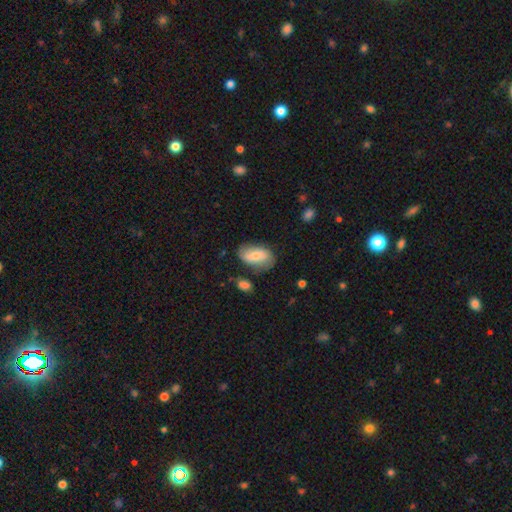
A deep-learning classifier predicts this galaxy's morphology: Smooth or featured?
  - smooth: 57% *
  - featured or disk: 36%
  - star or artifact: 7%
How rounded?
  - in between: 91% *
  - round: 6%
  - cigar-shaped: 3%
Merging?
  - none: 69% *
  - minor disturbance: 20%
  - major disturbance: 6%
  - merger: 5%